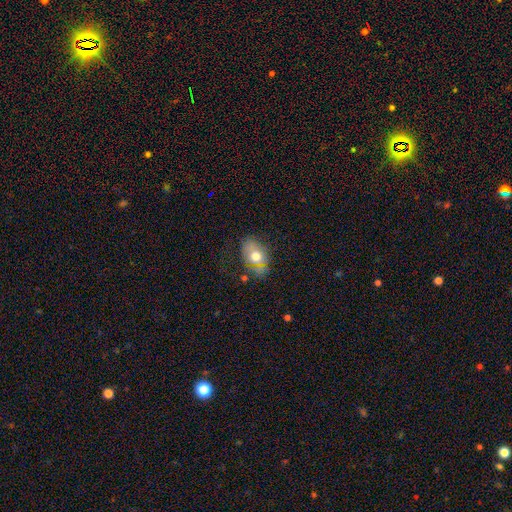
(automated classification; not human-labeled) The model was most divided on "smooth or featured": smooth: 61%, featured or disk: 28%, star or artifact: 11%. More confident: how rounded — in between (78%); merging — none (65%).